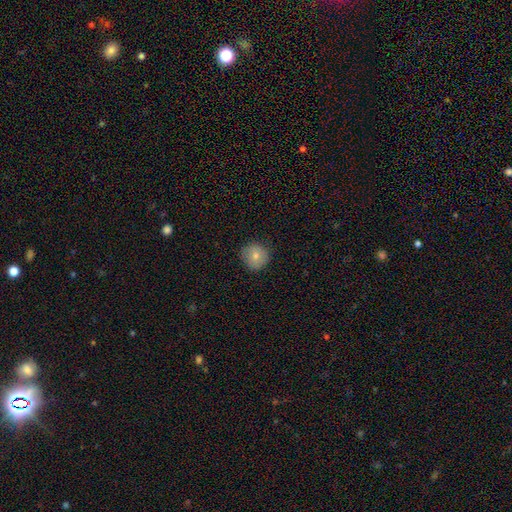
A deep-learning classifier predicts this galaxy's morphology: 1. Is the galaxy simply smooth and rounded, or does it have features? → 77% smooth, 14% featured or disk, 9% star or artifact.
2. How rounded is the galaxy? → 93% round, 6% in between, 1% cigar-shaped.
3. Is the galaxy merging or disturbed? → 84% none, 12% minor disturbance, 3% major disturbance, 1% merger.